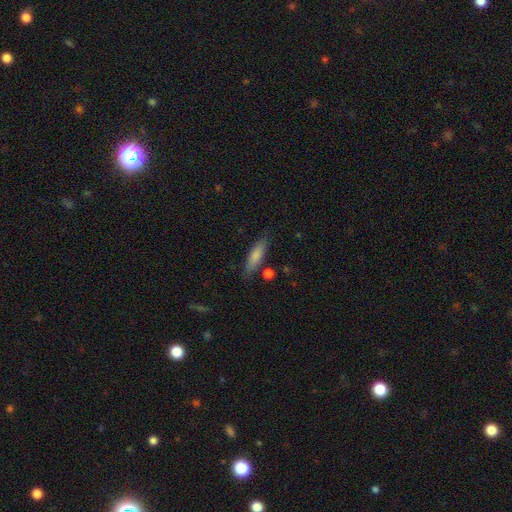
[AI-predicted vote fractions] Q: Smooth or featured?
A: smooth (80%); runner-up: featured or disk (14%)
Q: How rounded?
A: cigar-shaped (59%); runner-up: in between (39%)
Q: Merging?
A: none (80%); runner-up: minor disturbance (13%)